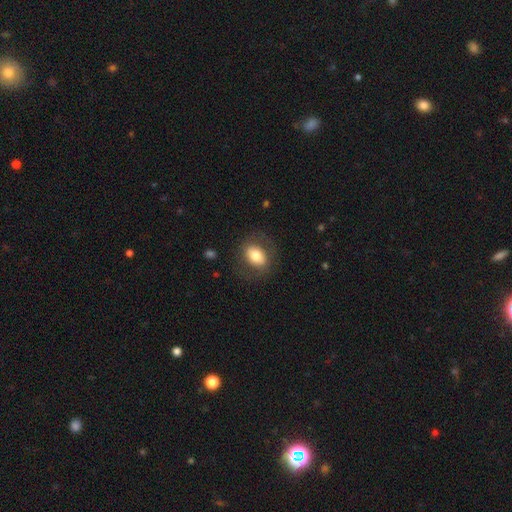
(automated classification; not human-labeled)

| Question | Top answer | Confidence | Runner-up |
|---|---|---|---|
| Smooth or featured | smooth | 71% | featured or disk (22%) |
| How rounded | in between | 78% | round (21%) |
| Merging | none | 78% | minor disturbance (13%) |